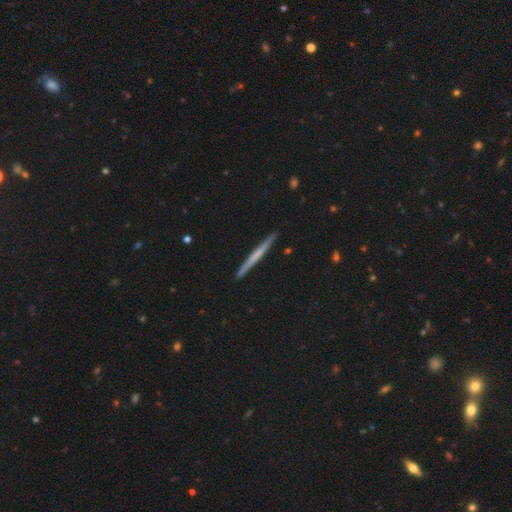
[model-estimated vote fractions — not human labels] This appears to be a featured or disk galaxy (50%) viewed edge-on (98%). Merging: none (92%).